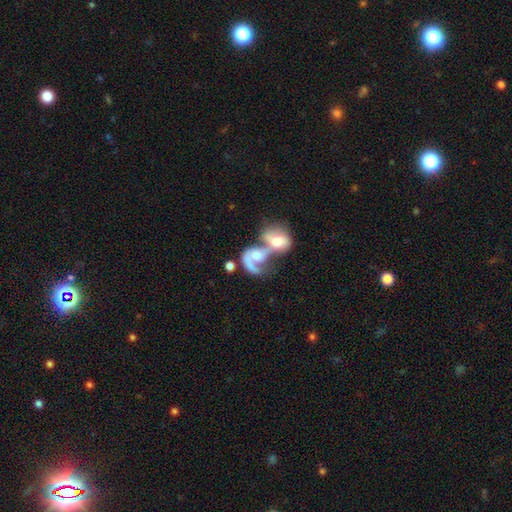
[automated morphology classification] Overall: featured or disk (64%; smooth 29%). Edge-on disk: no (97%). Bar: no (67%). Spiral arms: yes (76%). Bulge size: moderate (60%). Merging: merger (80%).